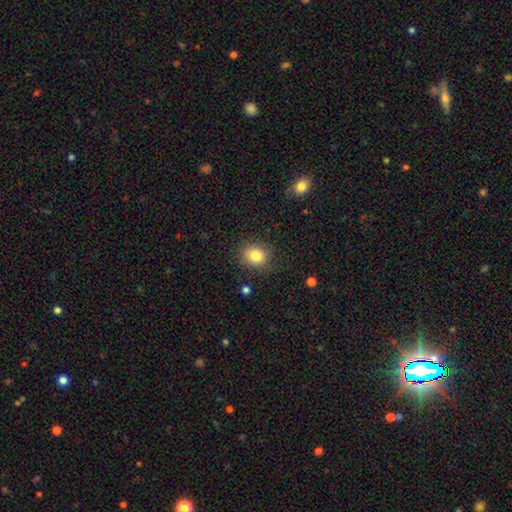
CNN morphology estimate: Smooth or featured? smooth (83%)
How rounded? round (73%)
Merging? none (87%)